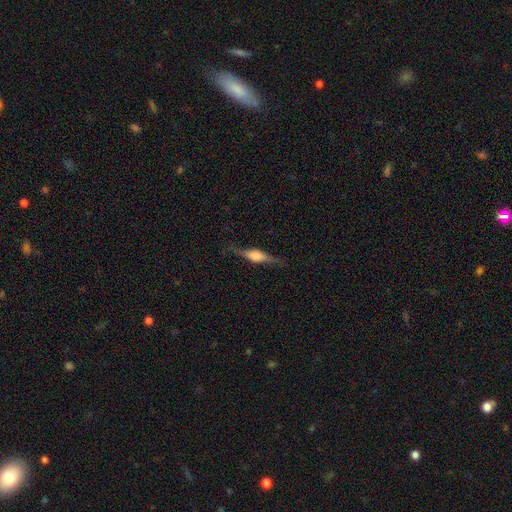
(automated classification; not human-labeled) Morphology: type=featured or disk (64%); edge-on=yes (95%); edge-on bulge=rounded (80%); merging=none (80%).